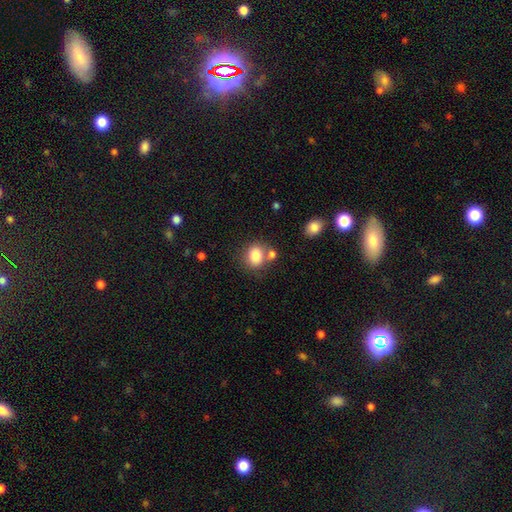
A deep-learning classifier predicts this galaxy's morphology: Smooth or featured? smooth (83%)
How rounded? round (59%)
Merging? none (59%)